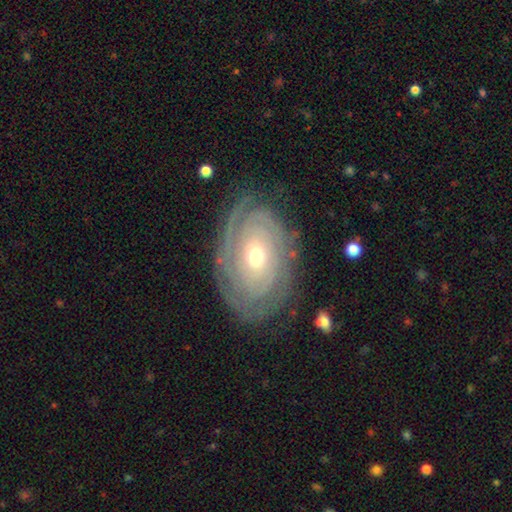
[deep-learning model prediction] Smooth or featured?
  - featured or disk: 85% *
  - smooth: 10%
  - star or artifact: 5%
Edge-on disk?
  - no: 95% *
  - yes: 5%
Bar?
  - no: 77% *
  - weak: 17%
  - strong: 6%
Spiral arms?
  - yes: 94% *
  - no: 6%
Spiral winding?
  - tight: 85% *
  - medium: 12%
  - loose: 3%
Spiral arm count?
  - can't tell: 37% *
  - 2: 24%
  - 3: 16%
  - 4: 10%
  - more than 4: 6%
  - 1: 6%
Bulge size?
  - moderate: 52% *
  - small: 44%
  - large: 2%
  - dominant: 1%
  - none: 1%
Merging?
  - none: 79% *
  - minor disturbance: 15%
  - major disturbance: 5%
  - merger: 1%